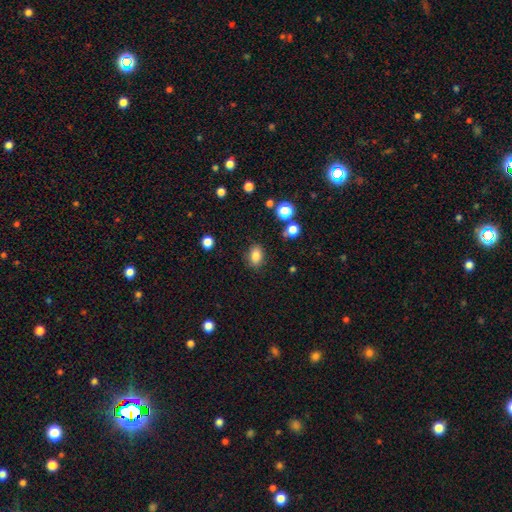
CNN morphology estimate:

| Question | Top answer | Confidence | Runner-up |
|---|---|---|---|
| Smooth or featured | smooth | 83% | star or artifact (11%) |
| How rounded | in between | 76% | round (23%) |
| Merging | none | 83% | minor disturbance (11%) |